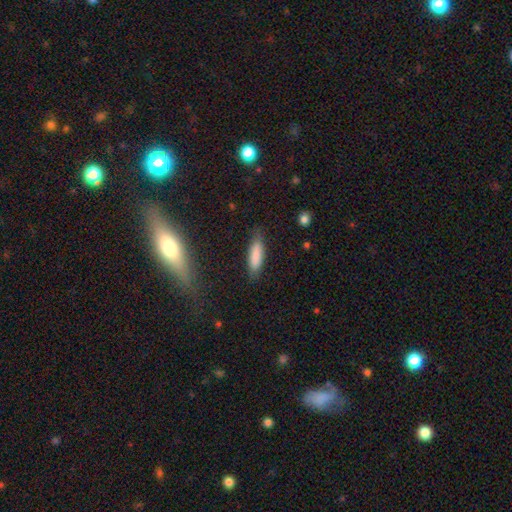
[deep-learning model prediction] The model was most divided on "how rounded": cigar-shaped: 54%, in between: 44%, round: 2%. More confident: smooth or featured — smooth (85%); merging — none (81%).